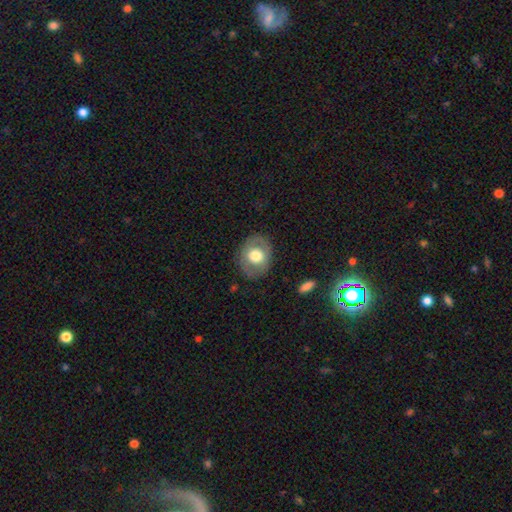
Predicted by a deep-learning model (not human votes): This is likely a smooth galaxy (62%). How rounded: possibly round (50%). Merging: clearly none (82%).